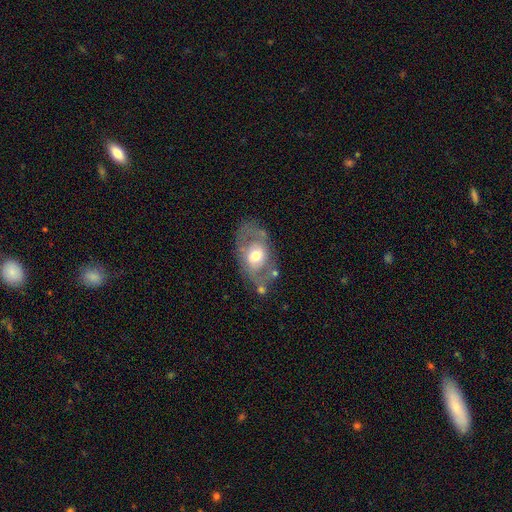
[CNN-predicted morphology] smooth-or-featured: featured or disk: 56% | smooth: 37% | star or artifact: 7%
  disk-edge-on: no: 91% | yes: 9%
    bar: no: 73% | weak: 21% | strong: 6%
    has-spiral-arms: no: 64% | yes: 36%
    bulge-size: moderate: 67% | large: 17% | small: 14% | dominant: 2% | none: 1%
  merging: none: 62% | minor disturbance: 20% | major disturbance: 12% | merger: 7%